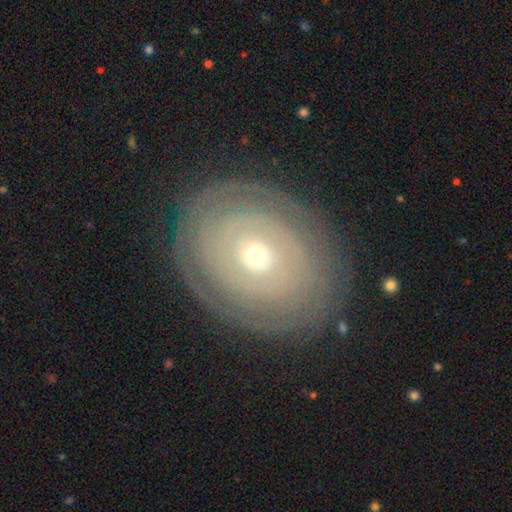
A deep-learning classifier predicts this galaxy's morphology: The model was most divided on "bulge size": small: 66%, moderate: 31%, large: 2%, dominant: 1%, none: 1%. More confident: edge-on disk — no (95%); merging — none (84%); bar — no (83%); smooth or featured — featured or disk (73%); spiral arms — yes (71%).